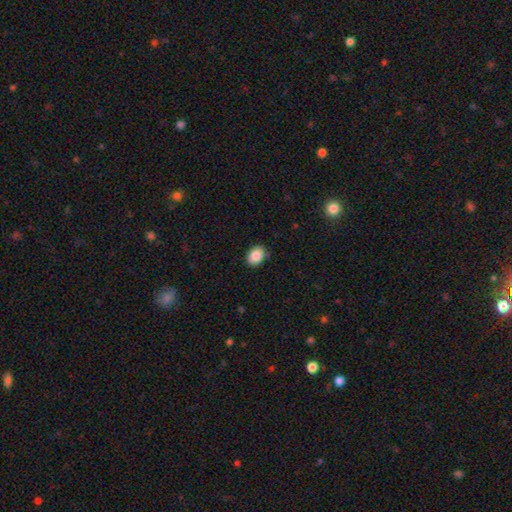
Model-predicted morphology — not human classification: Smooth or featured? Predicted: smooth (p=0.87). How rounded? Predicted: in between (p=0.71). Merging? Predicted: none (p=0.84).